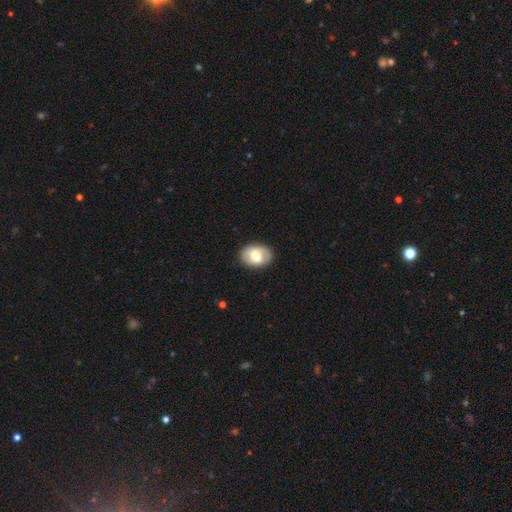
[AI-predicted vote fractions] The model was most divided on "smooth or featured": smooth: 64%, featured or disk: 29%, star or artifact: 7%. More confident: how rounded — in between (82%); merging — none (81%).